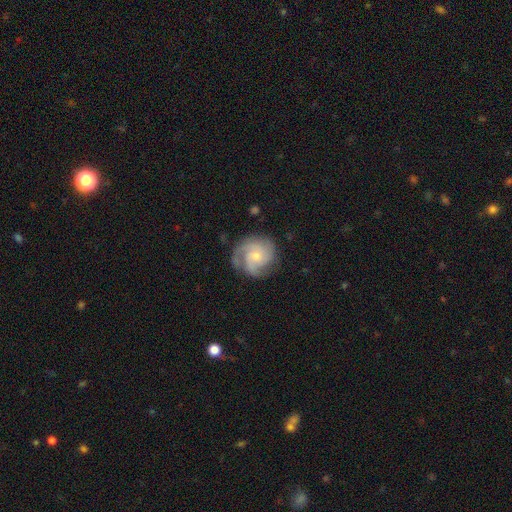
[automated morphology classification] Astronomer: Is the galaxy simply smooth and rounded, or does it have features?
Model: featured or disk — 79%.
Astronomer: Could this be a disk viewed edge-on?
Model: no — 98%.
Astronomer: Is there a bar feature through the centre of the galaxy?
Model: no — 76%.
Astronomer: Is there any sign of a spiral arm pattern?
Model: yes — 95%.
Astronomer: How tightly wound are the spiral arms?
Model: tight — 48% (runner-up: medium, 40%).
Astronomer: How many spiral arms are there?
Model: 3 — 46%.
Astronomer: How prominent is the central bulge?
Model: small — 62%.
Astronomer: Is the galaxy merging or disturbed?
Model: none — 71%.